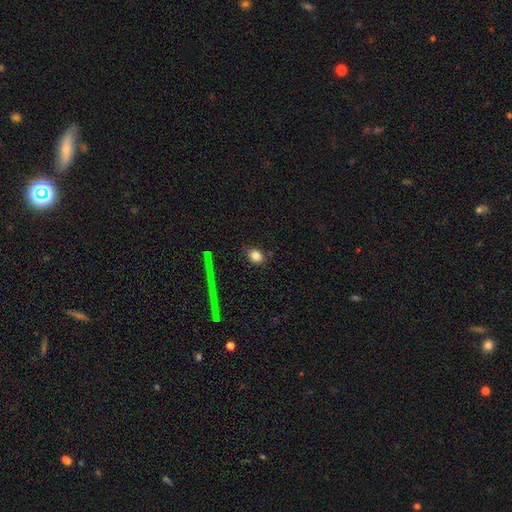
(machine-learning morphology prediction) Smooth or featured: smooth — 80% (star or artifact — 11%)
How rounded: in between — 61% (round — 37%)
Merging: none — 84% (minor disturbance — 11%)